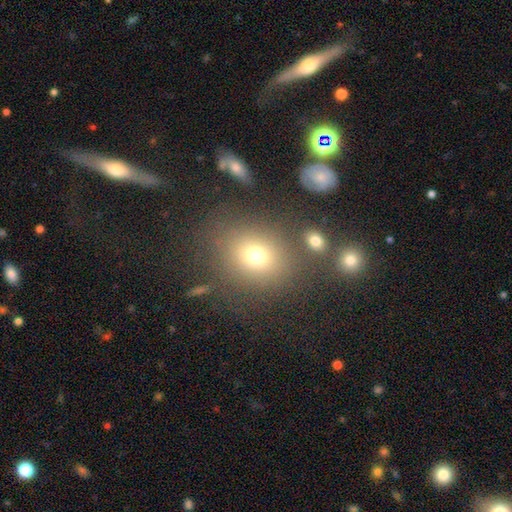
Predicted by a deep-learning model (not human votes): Overall: smooth (71%). How rounded: round (70%). Merging: none (75%).